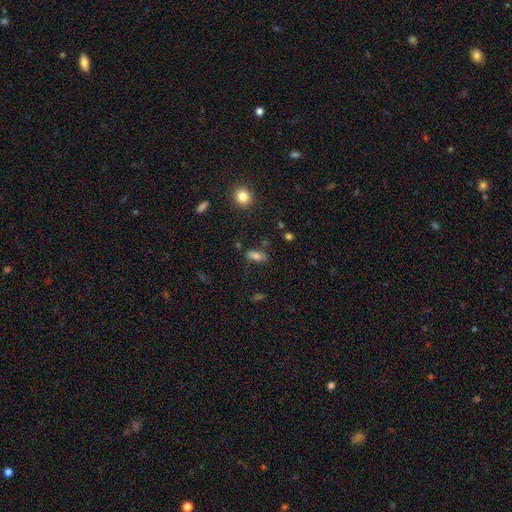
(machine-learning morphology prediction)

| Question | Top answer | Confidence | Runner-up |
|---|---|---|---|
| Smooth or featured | smooth | 77% | featured or disk (13%) |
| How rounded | in between | 83% | cigar-shaped (12%) |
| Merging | none | 75% | minor disturbance (15%) |